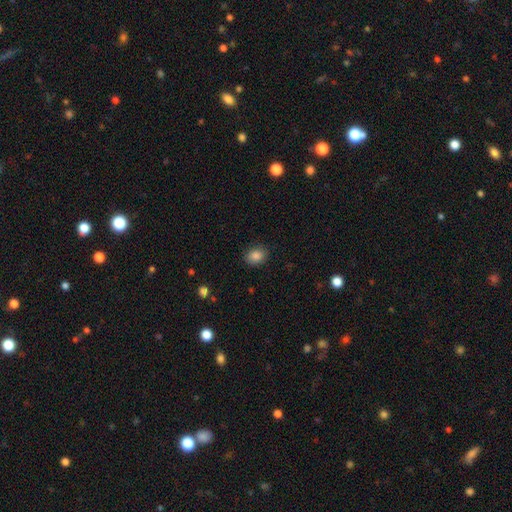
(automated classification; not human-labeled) smooth-or-featured: smooth: 86% | star or artifact: 9% | featured or disk: 5%
  how-rounded: in between: 57% | round: 42% | cigar-shaped: 1%
  merging: none: 86% | minor disturbance: 10% | major disturbance: 3% | merger: 1%